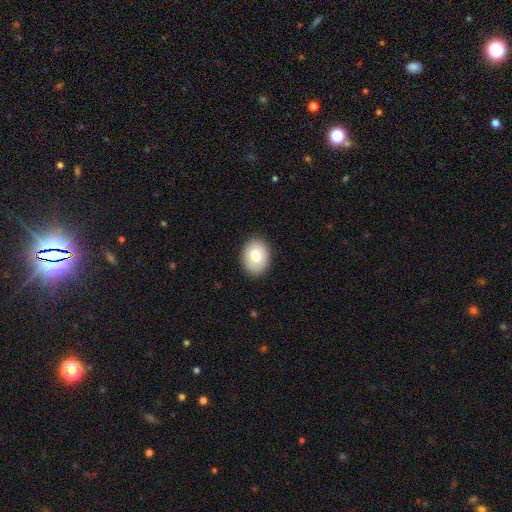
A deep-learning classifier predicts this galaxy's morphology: smooth-or-featured: smooth: 80% | featured or disk: 13% | star or artifact: 7%
  how-rounded: in between: 72% | round: 27% | cigar-shaped: 1%
  merging: none: 88% | minor disturbance: 9% | major disturbance: 2% | merger: 1%